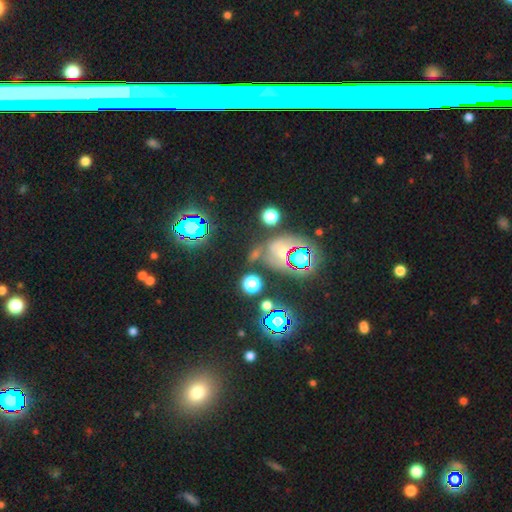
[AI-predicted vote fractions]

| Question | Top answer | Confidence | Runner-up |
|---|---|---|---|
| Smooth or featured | star or artifact | 61% | smooth (24%) |